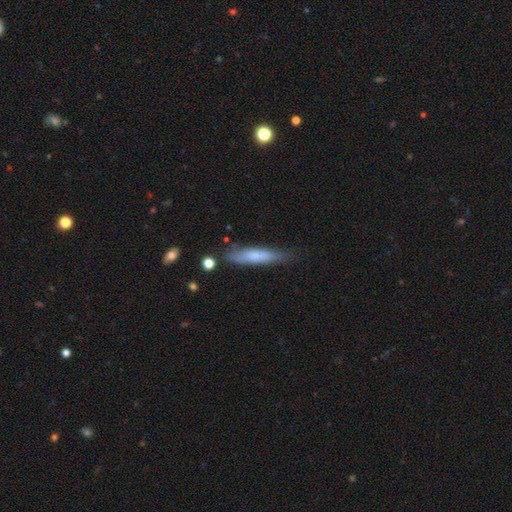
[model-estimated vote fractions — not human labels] A smooth galaxy with no disk features (70%) that is cigar-shaped (84%). Merging: none (70%).